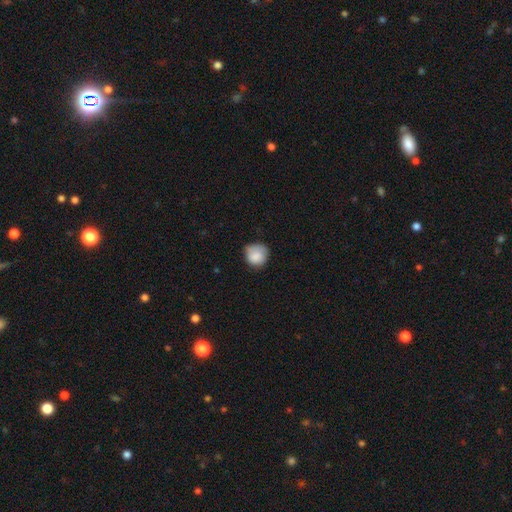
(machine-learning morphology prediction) A smooth galaxy with no disk features (84%) that is round (87%).

Vote fractions:
- Smooth or featured? smooth: 84% / featured or disk: 8% / star or artifact: 8%
- How rounded? round: 87% / in between: 12% / cigar-shaped: 1%
- Merging? none: 60% / minor disturbance: 31% / major disturbance: 8% / merger: 2%